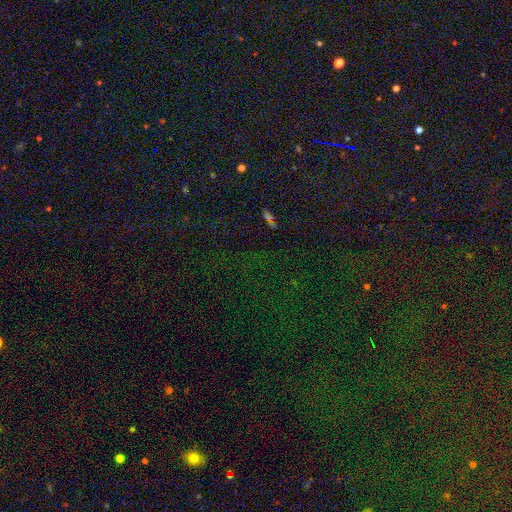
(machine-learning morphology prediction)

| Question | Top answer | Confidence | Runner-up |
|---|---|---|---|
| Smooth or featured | star or artifact | 78% | smooth (14%) |